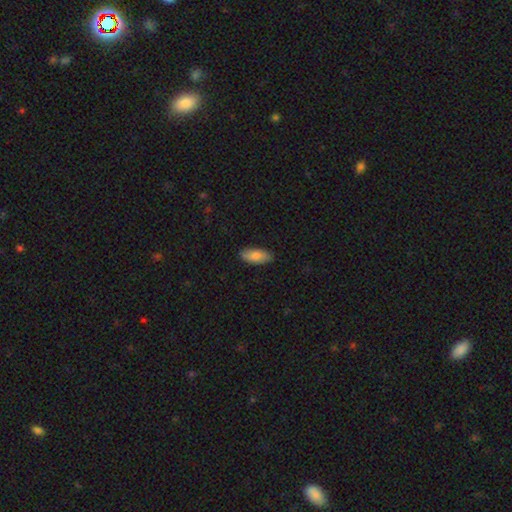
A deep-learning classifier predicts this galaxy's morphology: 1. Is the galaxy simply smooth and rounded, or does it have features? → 83% smooth, 11% featured or disk, 6% star or artifact.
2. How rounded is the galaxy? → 86% in between, 12% cigar-shaped, 2% round.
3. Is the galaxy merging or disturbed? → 88% none, 9% minor disturbance, 2% major disturbance, 1% merger.